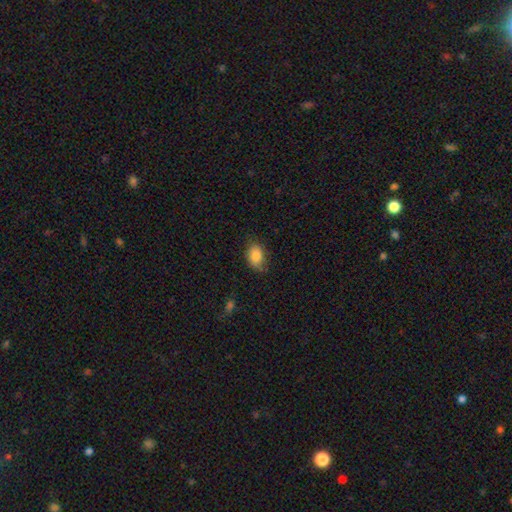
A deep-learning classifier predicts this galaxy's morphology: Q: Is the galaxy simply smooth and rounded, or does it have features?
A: smooth — 83%.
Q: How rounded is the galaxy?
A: in between — 79%.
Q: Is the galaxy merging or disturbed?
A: none — 71%.